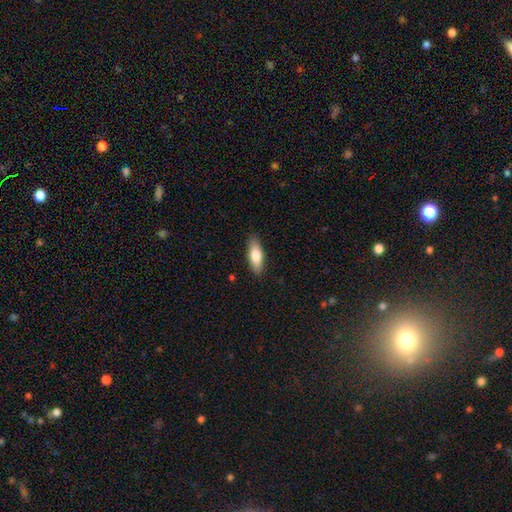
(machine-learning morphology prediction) This is likely a smooth galaxy (76%). How rounded: likely in between (67%). Merging: clearly none (88%).